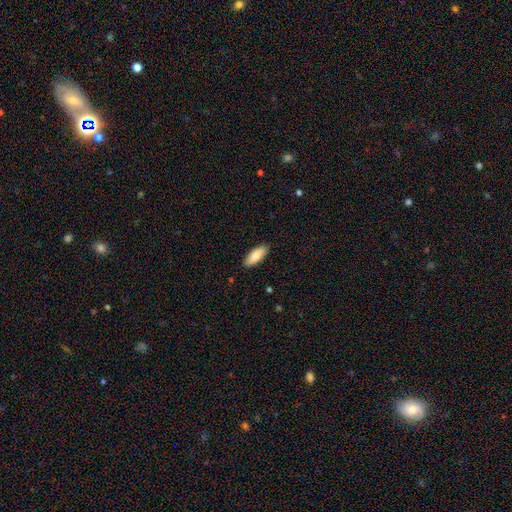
This appears to be a smooth galaxy with no disk features (89%) that is in between round and cigar-shaped (70%). Merging: none (97%).